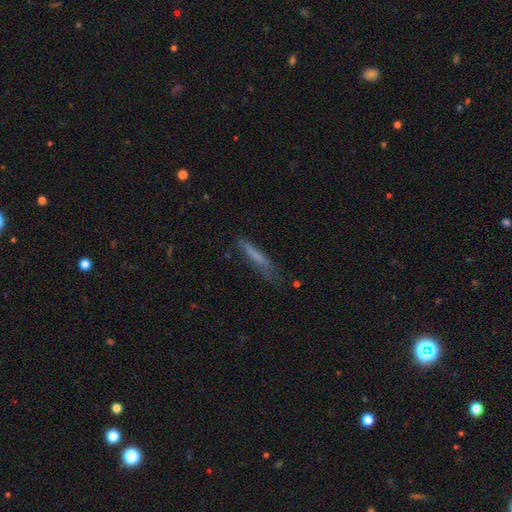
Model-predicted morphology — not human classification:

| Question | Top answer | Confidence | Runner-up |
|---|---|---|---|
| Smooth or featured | smooth | 65% | featured or disk (26%) |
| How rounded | cigar-shaped | 91% | in between (7%) |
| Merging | none | 65% | minor disturbance (24%) |